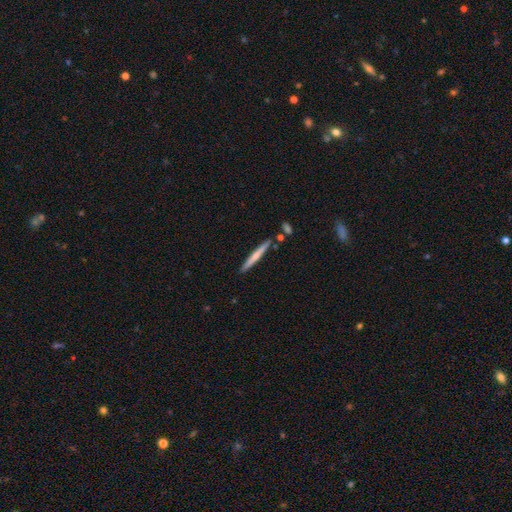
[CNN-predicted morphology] smooth 51%, featured or disk 44%, star or artifact 5%. Down the decision tree: how rounded — cigar-shaped (96%); merging — none (86%).